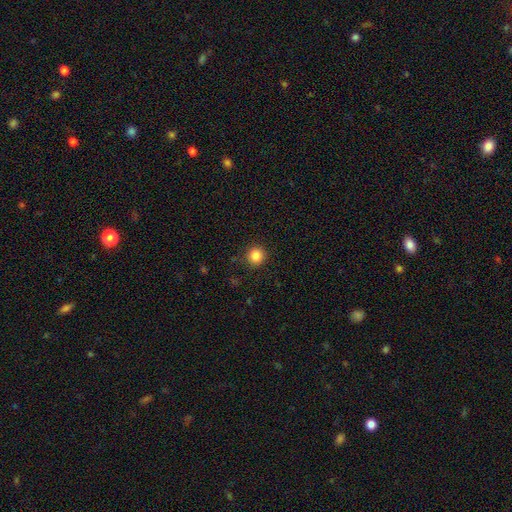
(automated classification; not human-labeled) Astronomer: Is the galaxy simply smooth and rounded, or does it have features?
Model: smooth — 85%.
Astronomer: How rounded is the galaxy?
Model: round — 94%.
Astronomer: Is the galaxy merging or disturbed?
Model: none — 90%.